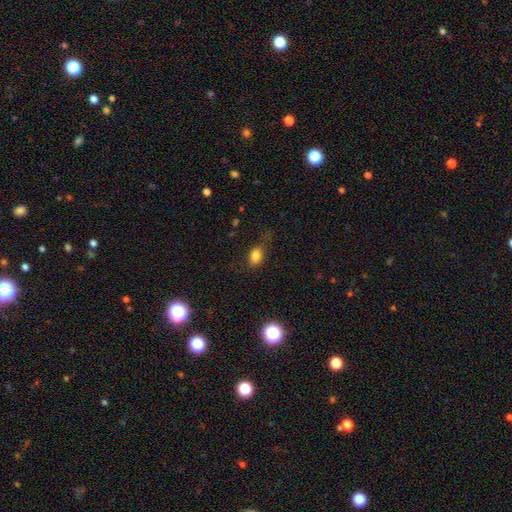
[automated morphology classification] Smooth or featured: smooth — 81% (star or artifact — 11%)
How rounded: in between — 71% (round — 26%)
Merging: none — 71% (minor disturbance — 20%)